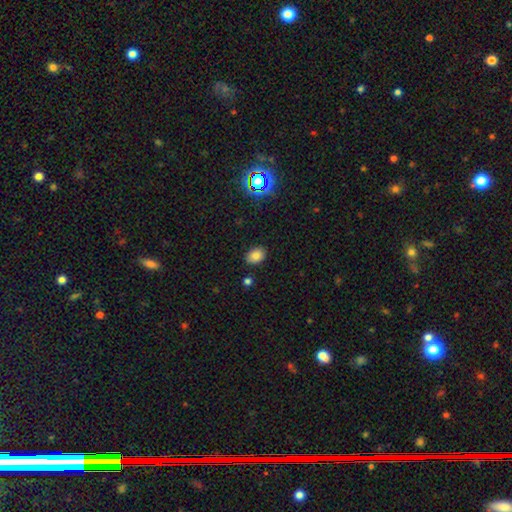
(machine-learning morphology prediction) Smooth or featured? smooth (81%)
How rounded? in between (73%)
Merging? none (86%)